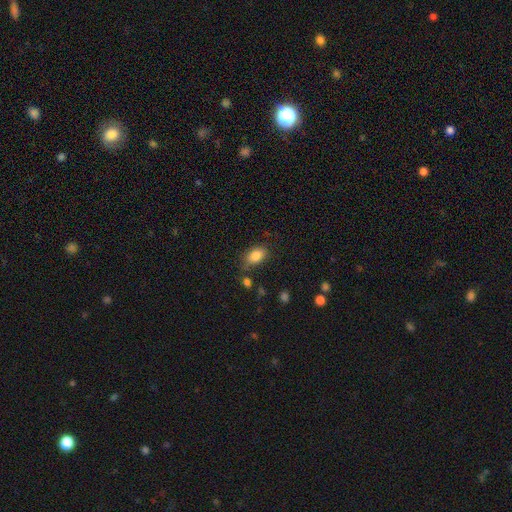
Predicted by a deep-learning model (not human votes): smooth_or_featured: smooth (p=0.85) [alt: star or artifact p=0.09]
how_rounded: in between (p=0.87) [alt: round p=0.11]
merging: none (p=0.72) [alt: minor disturbance p=0.19]